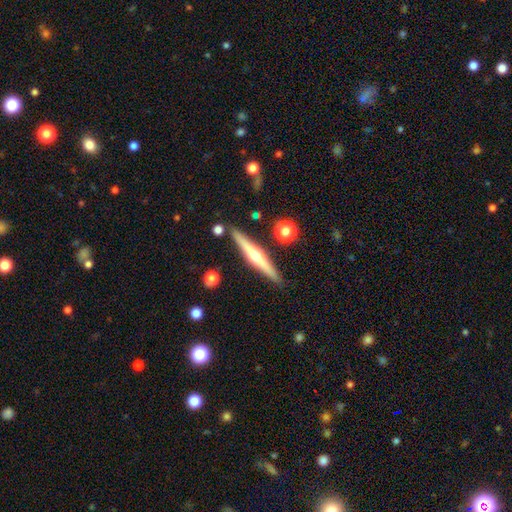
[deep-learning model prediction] Smooth or featured?
  - featured or disk: 72% *
  - smooth: 22%
  - star or artifact: 6%
Edge-on disk?
  - yes: 98% *
  - no: 2%
Edge-on bulge?
  - rounded: 93% *
  - none: 4%
  - boxy: 3%
Merging?
  - none: 88% *
  - minor disturbance: 7%
  - merger: 3%
  - major disturbance: 2%